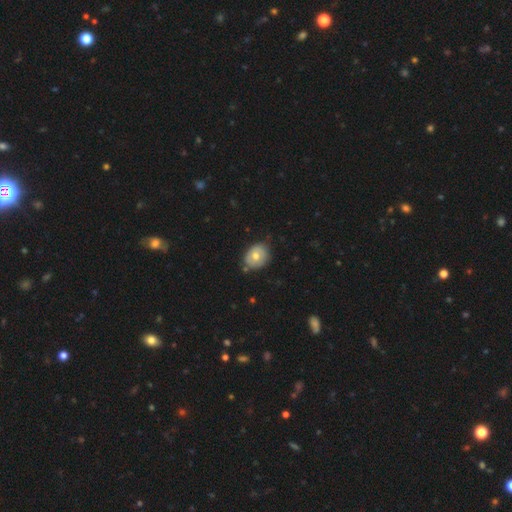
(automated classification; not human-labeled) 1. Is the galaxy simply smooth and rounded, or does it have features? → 64% smooth, 28% featured or disk, 8% star or artifact.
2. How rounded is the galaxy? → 51% round, 48% in between, 1% cigar-shaped.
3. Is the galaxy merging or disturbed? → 71% none, 22% minor disturbance, 4% major disturbance, 3% merger.